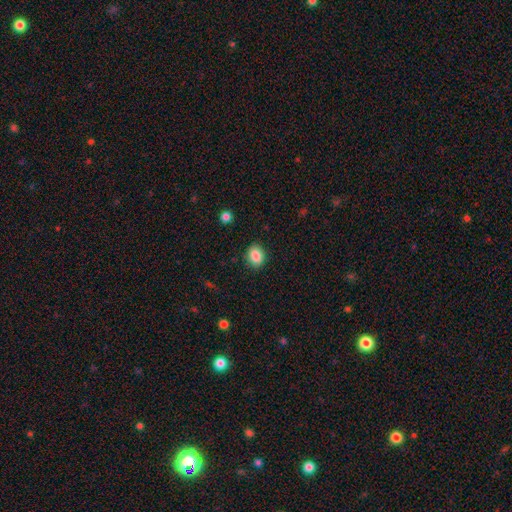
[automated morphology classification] type=smooth (87%); roundness=in between (54%); merging=none (88%).